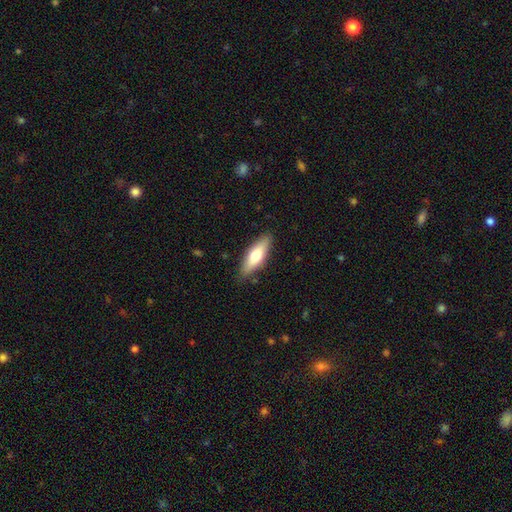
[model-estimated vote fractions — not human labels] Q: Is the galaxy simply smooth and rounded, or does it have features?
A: smooth — 65%.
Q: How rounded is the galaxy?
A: in between — 50%.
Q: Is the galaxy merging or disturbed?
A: none — 86%.